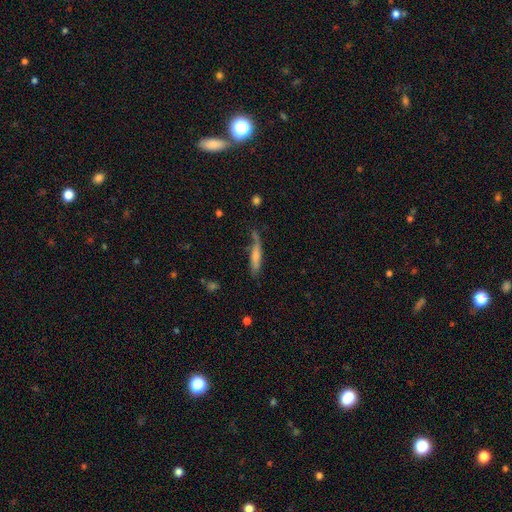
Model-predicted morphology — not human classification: The model was most divided on "merging": none: 56%, minor disturbance: 28%, major disturbance: 10%, merger: 5%. More confident: how rounded — cigar-shaped (84%); smooth or featured — smooth (63%).